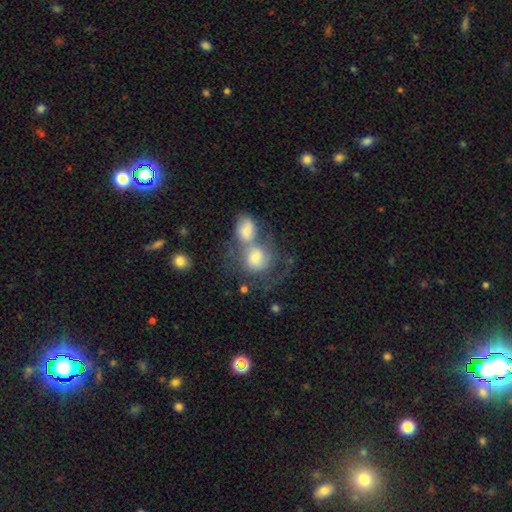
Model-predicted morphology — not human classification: Smooth or featured? smooth (58%)
How rounded? round (65%)
Merging? merger (62%)